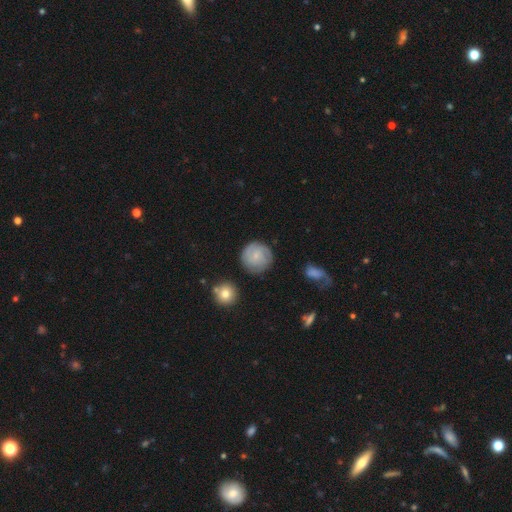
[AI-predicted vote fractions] This is possibly a featured or disk galaxy (52%). It is clearly not viewed edge-on (98%). Bar: likely no (61%). Spiral arm pattern: clearly yes (88%). Central bulge: likely small (65%). Merging: clearly none (81%).